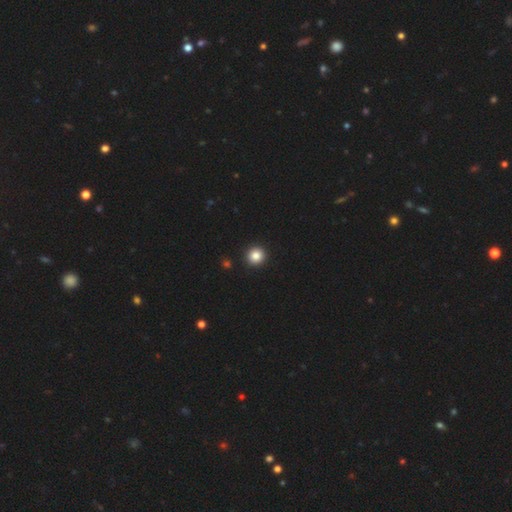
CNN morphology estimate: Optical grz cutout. It shows a smooth galaxy with no disk features (85%) that is round (93%). Merging: none (93%).